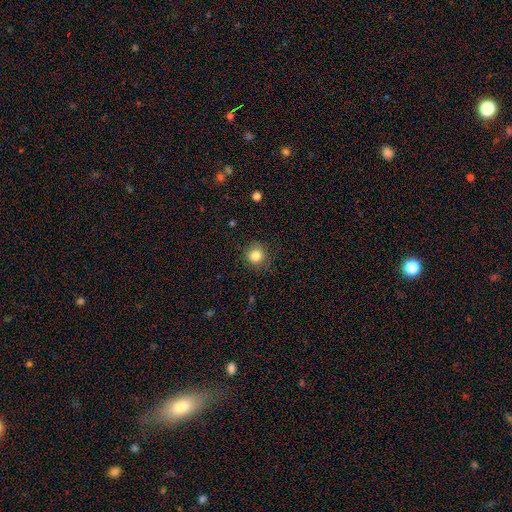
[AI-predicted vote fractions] This is clearly a smooth galaxy (82%). How rounded: clearly round (93%). Merging: clearly none (87%).